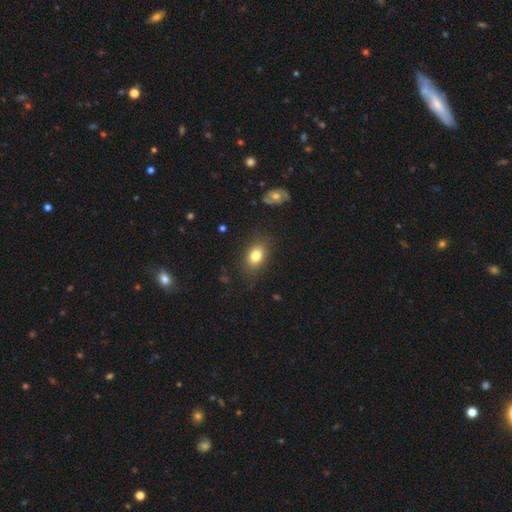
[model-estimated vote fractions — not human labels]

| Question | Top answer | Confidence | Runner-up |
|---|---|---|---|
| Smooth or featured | smooth | 80% | featured or disk (11%) |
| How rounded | in between | 79% | round (19%) |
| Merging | none | 82% | minor disturbance (13%) |